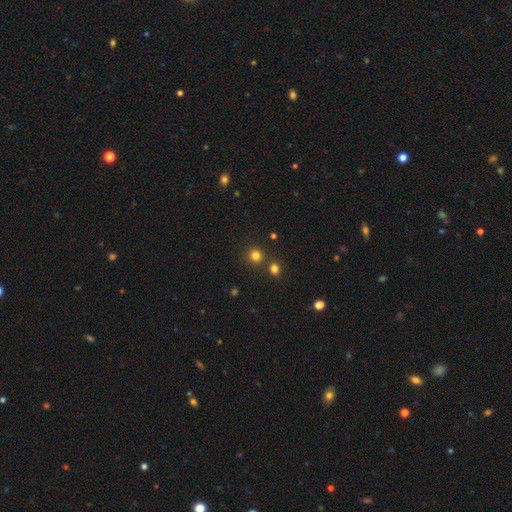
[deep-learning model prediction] Smooth or featured? Predicted: smooth (p=0.78). How rounded? Predicted: round (p=0.91). Merging? Predicted: none (p=0.79).